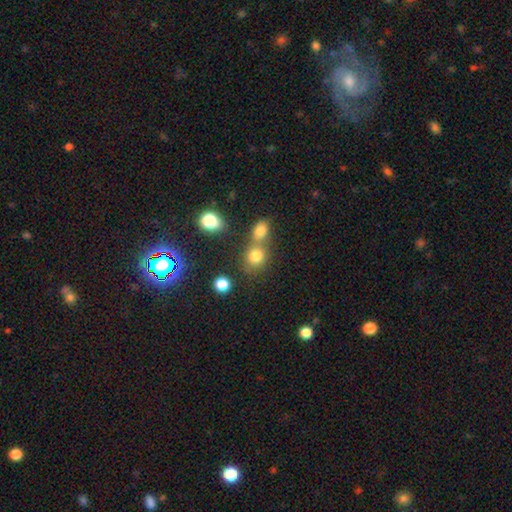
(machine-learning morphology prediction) Smooth or featured?
  - smooth: 78% *
  - star or artifact: 14%
  - featured or disk: 8%
How rounded?
  - round: 76% *
  - in between: 23%
  - cigar-shaped: 1%
Merging?
  - none: 47% *
  - merger: 40%
  - minor disturbance: 9%
  - major disturbance: 4%